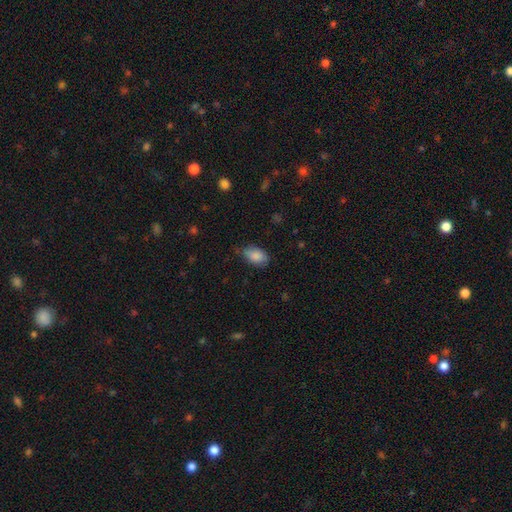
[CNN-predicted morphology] The model was most divided on "merging": none: 70%, minor disturbance: 24%, major disturbance: 4%, merger: 1%. More confident: how rounded — in between (90%); smooth or featured — smooth (87%).